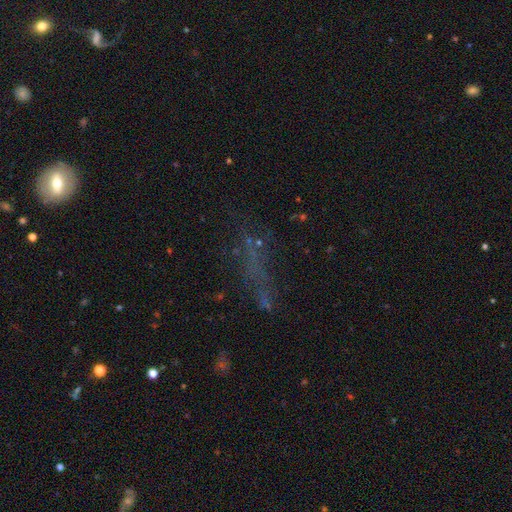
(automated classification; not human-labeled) smooth_or_featured: star or artifact (p=0.41) [alt: smooth p=0.32]